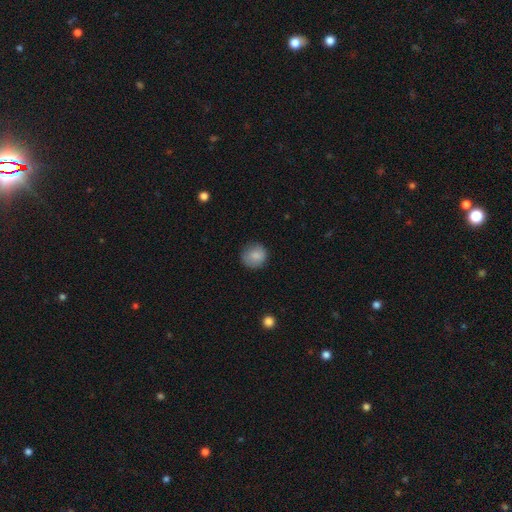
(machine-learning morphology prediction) Q: Smooth or featured?
A: smooth (84%); runner-up: featured or disk (8%)
Q: How rounded?
A: round (88%); runner-up: in between (11%)
Q: Merging?
A: none (82%); runner-up: minor disturbance (14%)